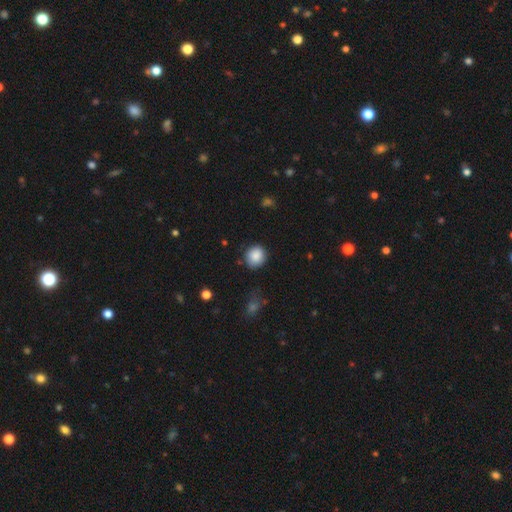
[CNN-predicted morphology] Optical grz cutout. It shows a smooth galaxy with no disk features (87%) that is round (83%). Merging: none (78%).